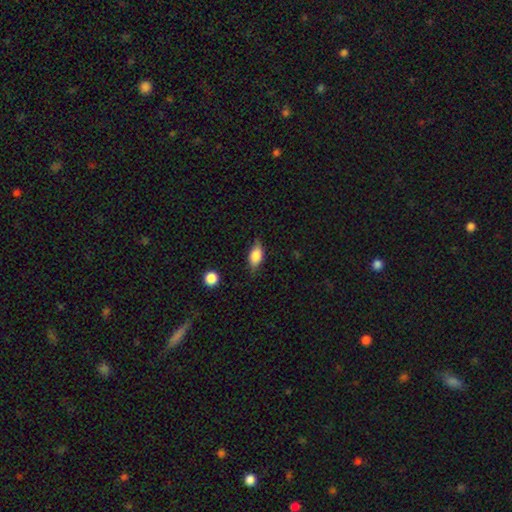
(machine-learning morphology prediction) Smooth or featured? smooth (78%)
How rounded? in between (85%)
Merging? none (75%)